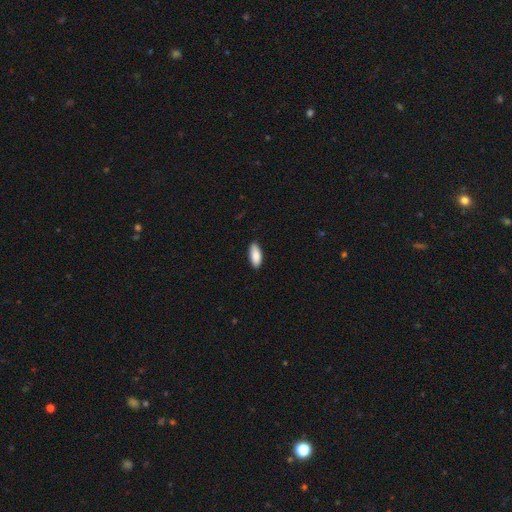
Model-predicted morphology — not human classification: This appears to be a smooth galaxy with no disk features (87%) that is in between round and cigar-shaped (81%). Merging: none (86%).